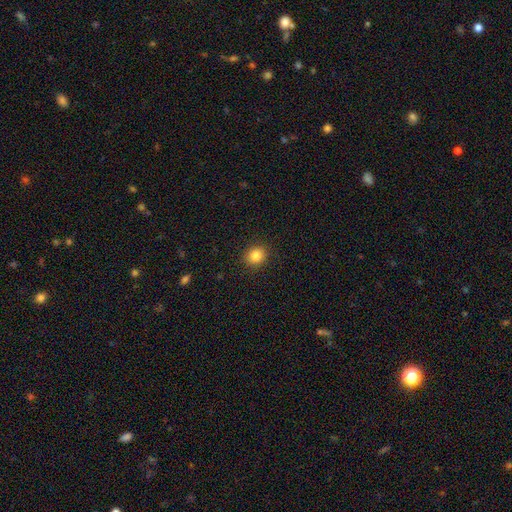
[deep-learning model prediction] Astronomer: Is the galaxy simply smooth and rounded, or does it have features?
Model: smooth — 83%.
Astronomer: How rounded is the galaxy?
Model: round — 79%.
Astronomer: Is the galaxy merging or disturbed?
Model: none — 90%.